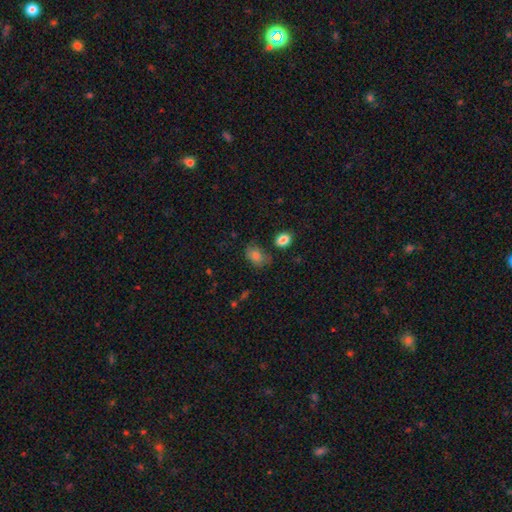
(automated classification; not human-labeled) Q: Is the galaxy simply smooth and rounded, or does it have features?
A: smooth — 81%.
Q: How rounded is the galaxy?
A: in between — 76%.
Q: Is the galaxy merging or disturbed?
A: none — 59%.